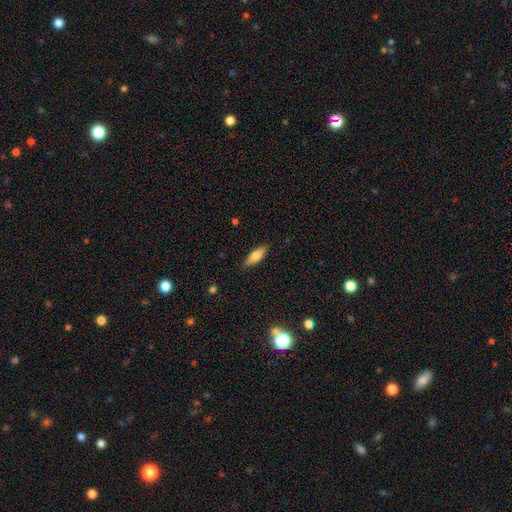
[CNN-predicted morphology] Smooth or featured? Predicted: smooth (p=0.71). How rounded? Predicted: in between (p=0.53). Merging? Predicted: none (p=0.87).